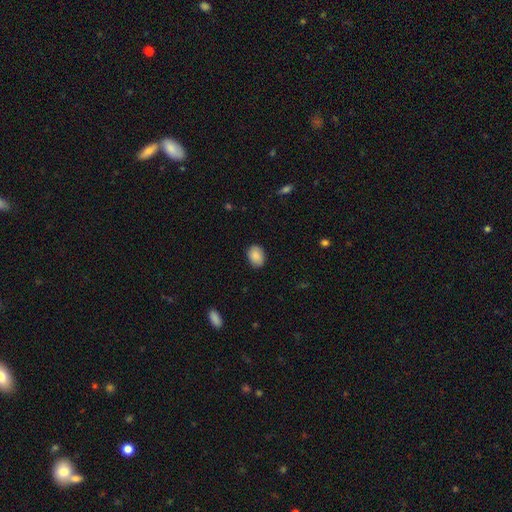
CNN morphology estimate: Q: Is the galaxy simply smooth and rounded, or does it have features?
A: smooth — 88%.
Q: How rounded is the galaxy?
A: in between — 72%.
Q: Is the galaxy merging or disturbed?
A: none — 85%.